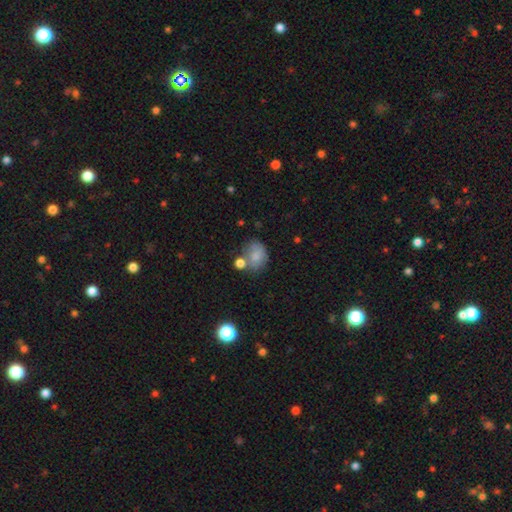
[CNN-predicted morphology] smooth_or_featured: smooth (p=0.75) [alt: featured or disk p=0.14]
how_rounded: in between (p=0.50) [alt: round p=0.49]
merging: none (p=0.43) [alt: minor disturbance p=0.23]